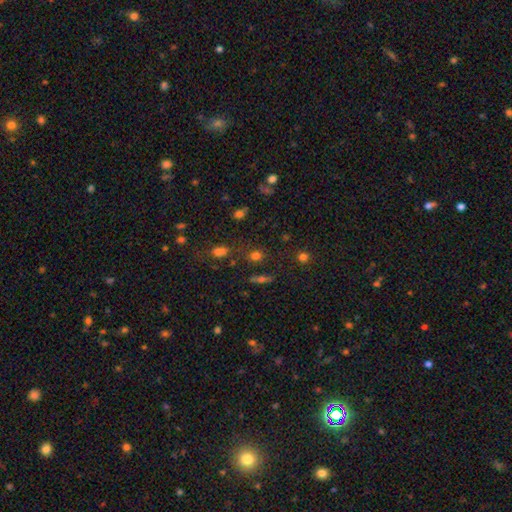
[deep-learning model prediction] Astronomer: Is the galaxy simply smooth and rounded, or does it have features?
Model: smooth — 72%.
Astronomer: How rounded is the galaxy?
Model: round — 66%.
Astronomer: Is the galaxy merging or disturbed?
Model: none — 74%.